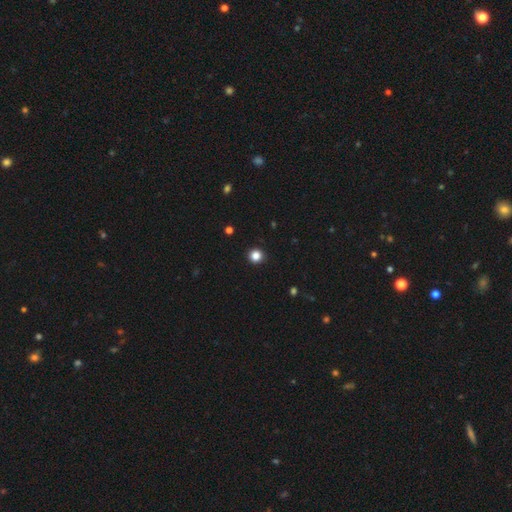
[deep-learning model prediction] Morphology: type=smooth (85%); roundness=round (94%); merging=none (93%).